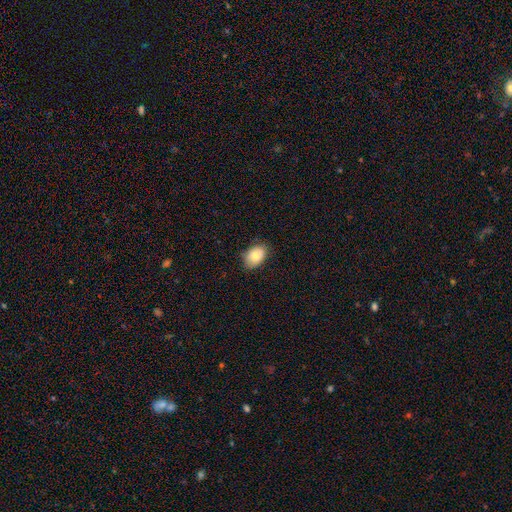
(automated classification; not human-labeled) This is clearly a smooth galaxy (81%). How rounded: clearly in between (82%). Merging: likely none (80%).